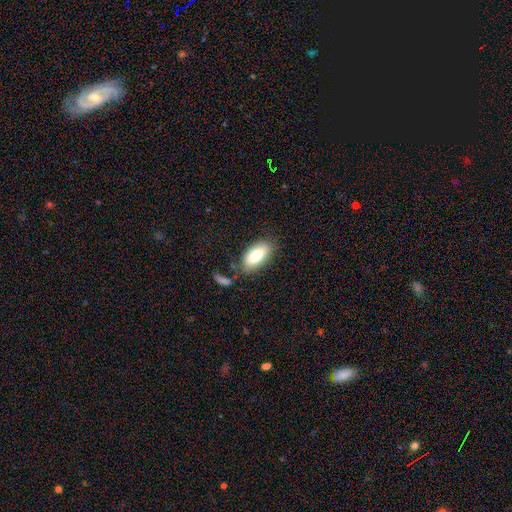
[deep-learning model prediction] Smooth or featured? smooth (78%)
How rounded? in between (91%)
Merging? none (74%)